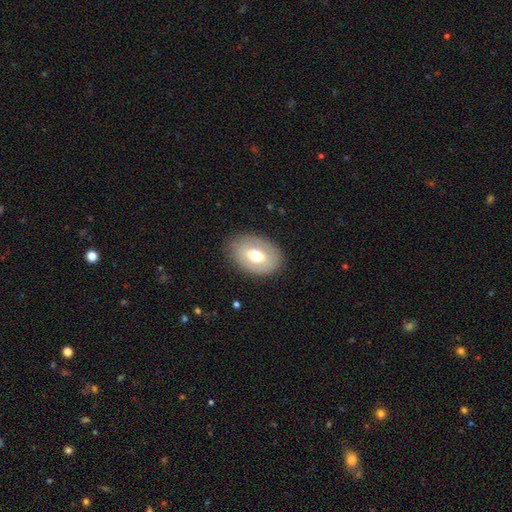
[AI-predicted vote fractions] Q: Smooth or featured?
A: smooth (61%); runner-up: featured or disk (31%)
Q: How rounded?
A: in between (78%); runner-up: round (21%)
Q: Merging?
A: none (82%); runner-up: minor disturbance (13%)